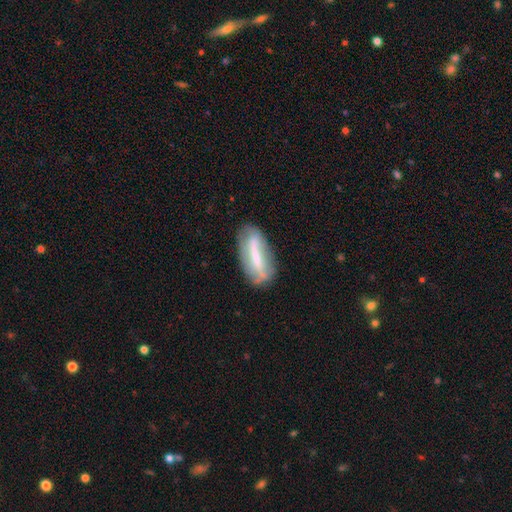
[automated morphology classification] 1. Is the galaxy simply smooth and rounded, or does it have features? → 52% featured or disk, 40% smooth, 8% star or artifact.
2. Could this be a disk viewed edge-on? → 72% no, 28% yes.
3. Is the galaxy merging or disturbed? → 67% none, 22% minor disturbance, 8% major disturbance, 3% merger.